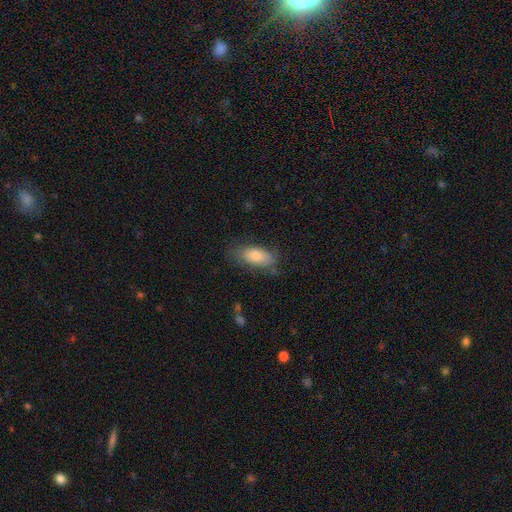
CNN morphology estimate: type=smooth (77%); roundness=in between (87%); merging=none (71%).